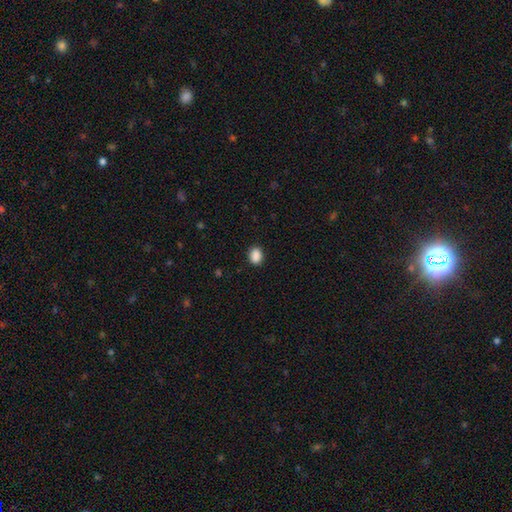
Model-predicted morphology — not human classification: A smooth galaxy with no disk features (89%) that is in between round and cigar-shaped (62%). Merging: none (88%).